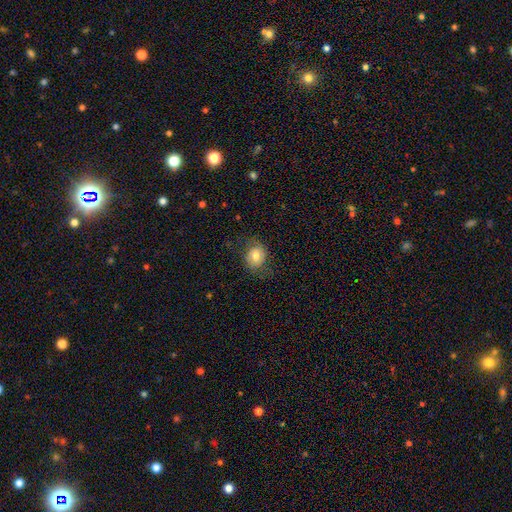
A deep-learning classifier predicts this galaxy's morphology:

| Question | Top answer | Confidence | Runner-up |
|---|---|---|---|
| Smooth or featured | smooth | 68% | featured or disk (23%) |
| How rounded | round | 62% | in between (37%) |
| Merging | none | 69% | minor disturbance (20%) |